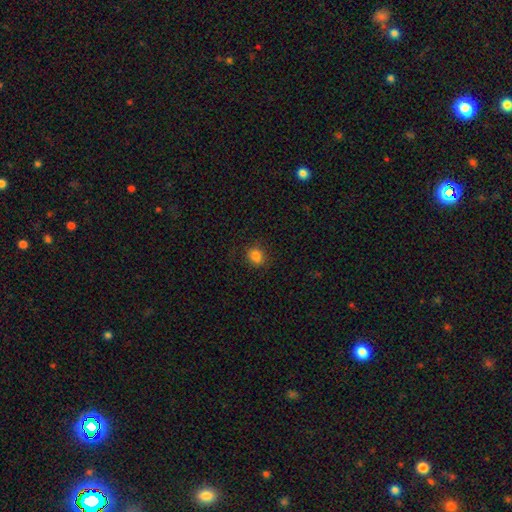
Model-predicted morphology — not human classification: A smooth galaxy with no disk features (83%) that is round (73%).

Vote fractions:
- Smooth or featured? smooth: 83% / star or artifact: 12% / featured or disk: 4%
- How rounded? round: 73% / in between: 26% / cigar-shaped: 1%
- Merging? none: 84% / minor disturbance: 12% / major disturbance: 4% / merger: 1%